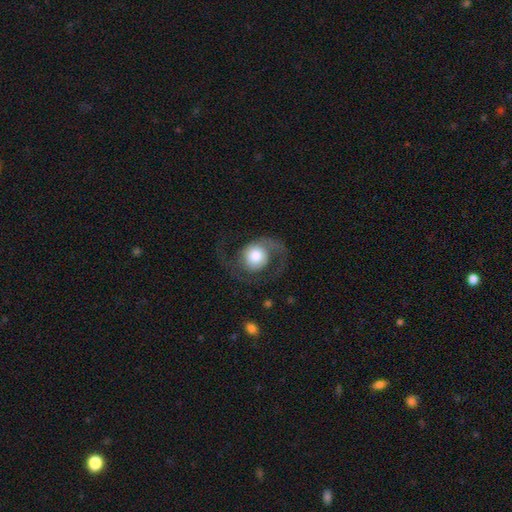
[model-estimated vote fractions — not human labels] smooth_or_featured: featured or disk (p=0.65) [alt: smooth p=0.29]
disk_edge_on: no (p=0.97) [alt: yes p=0.03]
bar: no (p=0.77) [alt: weak p=0.19]
has_spiral_arms: yes (p=0.89) [alt: no p=0.11]
spiral_winding: loose (p=0.45) [alt: medium p=0.40]
spiral_arm_count: 2 (p=0.68) [alt: 1 p=0.25]
bulge_size: large (p=0.46) [alt: moderate p=0.28]
merging: none (p=0.54) [alt: major disturbance p=0.29]